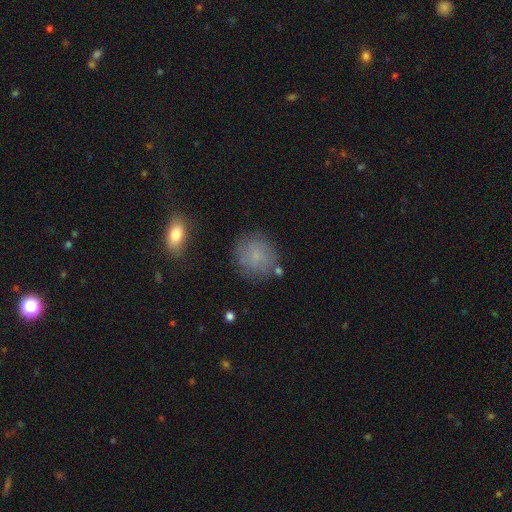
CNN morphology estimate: Smooth or featured? smooth (67%)
How rounded? round (85%)
Merging? none (76%)